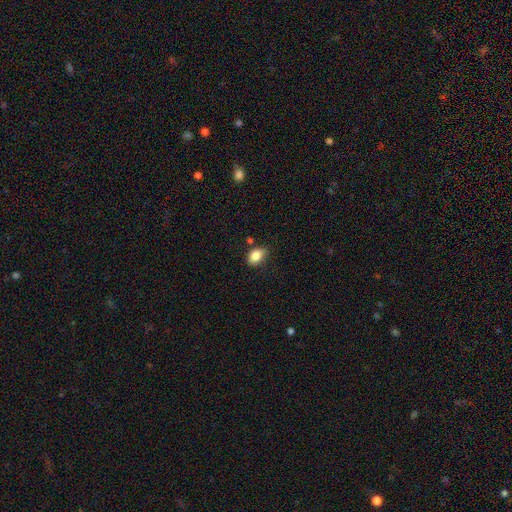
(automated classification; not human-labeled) Overall: smooth (84%). How rounded: in between (78%). Merging: none (62%; minor disturbance 28%).